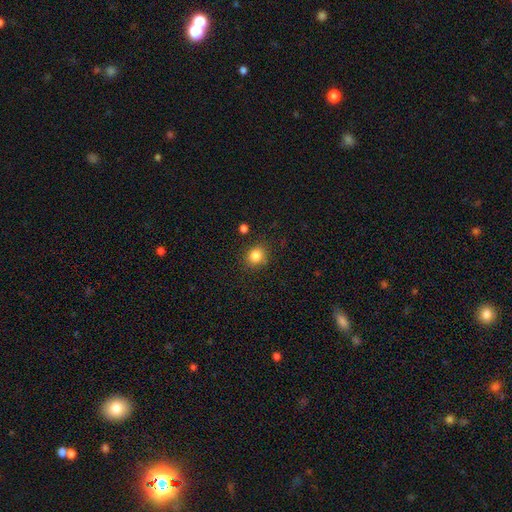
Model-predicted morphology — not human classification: A smooth galaxy with no disk features (84%) that is round (71%).

Vote fractions:
- Smooth or featured? smooth: 84% / star or artifact: 11% / featured or disk: 5%
- How rounded? round: 71% / in between: 28% / cigar-shaped: 1%
- Merging? none: 84% / minor disturbance: 10% / major disturbance: 3% / merger: 3%